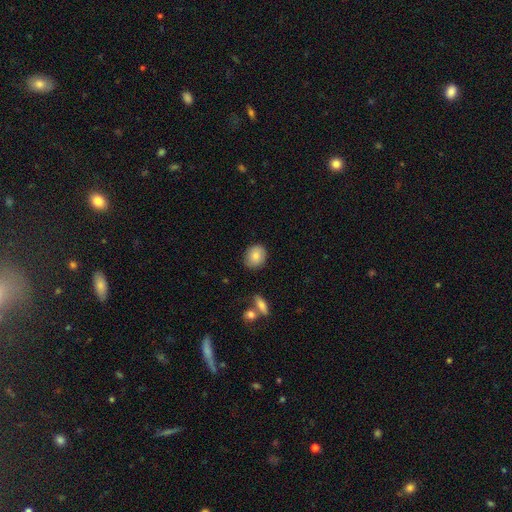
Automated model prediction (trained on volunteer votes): A smooth galaxy with no disk features (82%) that is round (66%).

Vote fractions:
- Smooth or featured? smooth: 82% / featured or disk: 11% / star or artifact: 7%
- How rounded? round: 66% / in between: 33% / cigar-shaped: 1%
- Merging? none: 84% / minor disturbance: 12% / major disturbance: 2% / merger: 2%